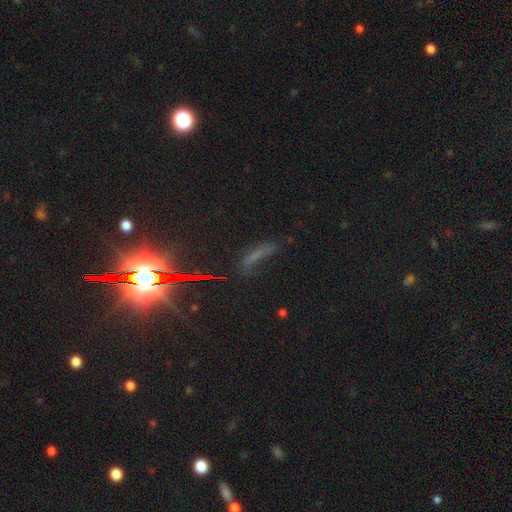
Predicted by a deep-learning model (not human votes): A star or artifact, not a galaxy (43%).